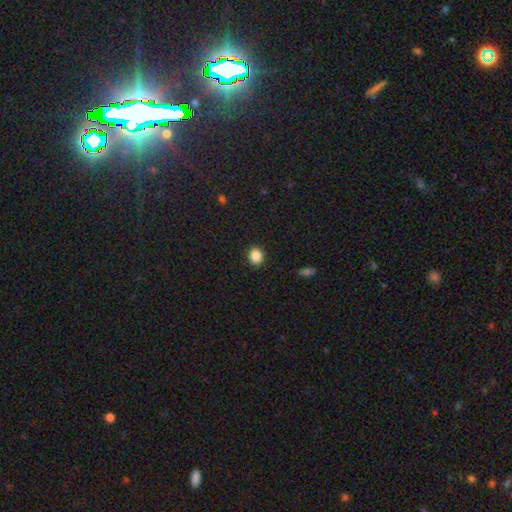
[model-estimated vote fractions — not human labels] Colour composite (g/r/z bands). It shows a smooth galaxy with no disk features (87%) that is round (68%). Merging: none (90%).